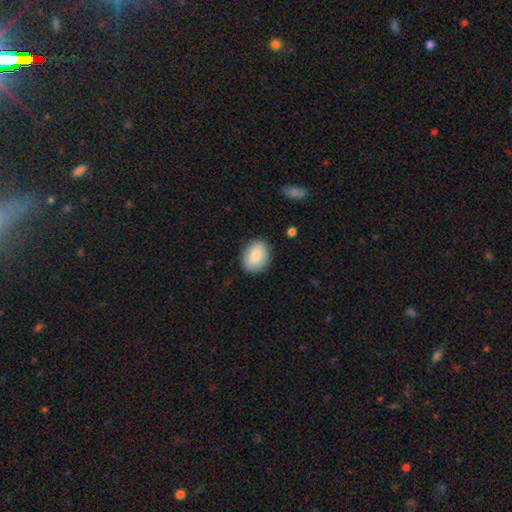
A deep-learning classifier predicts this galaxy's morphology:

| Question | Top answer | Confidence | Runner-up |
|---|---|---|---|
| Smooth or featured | smooth | 85% | featured or disk (8%) |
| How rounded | in between | 67% | round (32%) |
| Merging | none | 85% | minor disturbance (11%) |